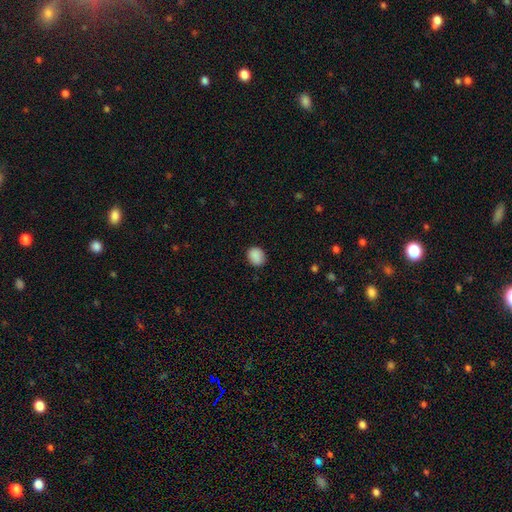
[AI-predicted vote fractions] Smooth or featured?
  - smooth: 89% *
  - star or artifact: 8%
  - featured or disk: 3%
How rounded?
  - round: 63% *
  - in between: 37%
  - cigar-shaped: 1%
Merging?
  - none: 86% *
  - minor disturbance: 11%
  - major disturbance: 2%
  - merger: 1%